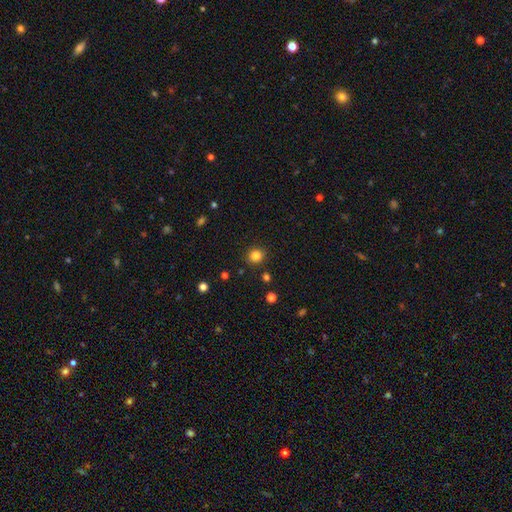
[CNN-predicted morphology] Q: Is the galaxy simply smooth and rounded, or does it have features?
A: smooth — 83%.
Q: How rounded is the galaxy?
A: round — 88%.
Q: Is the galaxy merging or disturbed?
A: none — 90%.